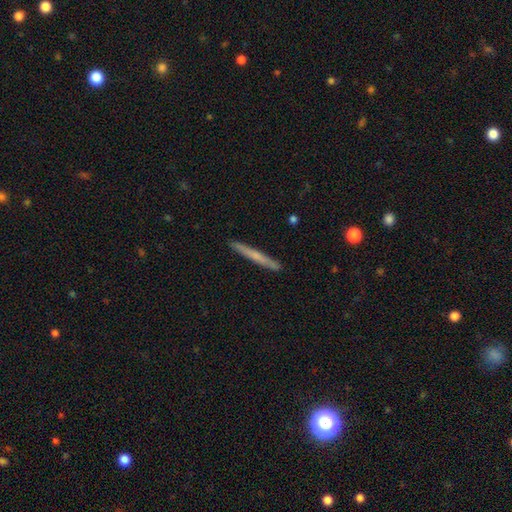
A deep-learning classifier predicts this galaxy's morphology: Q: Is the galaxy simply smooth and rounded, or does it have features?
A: smooth — 51%.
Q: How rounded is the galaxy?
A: cigar-shaped — 97%.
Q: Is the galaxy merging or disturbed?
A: none — 90%.